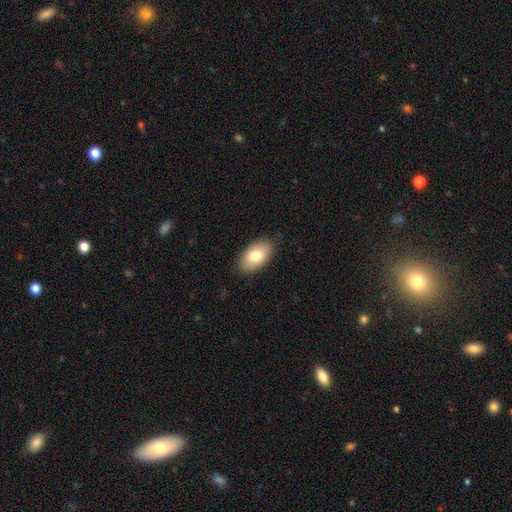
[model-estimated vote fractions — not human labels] Q: Smooth or featured?
A: smooth (79%); runner-up: featured or disk (15%)
Q: How rounded?
A: in between (94%); runner-up: round (5%)
Q: Merging?
A: none (84%); runner-up: minor disturbance (12%)